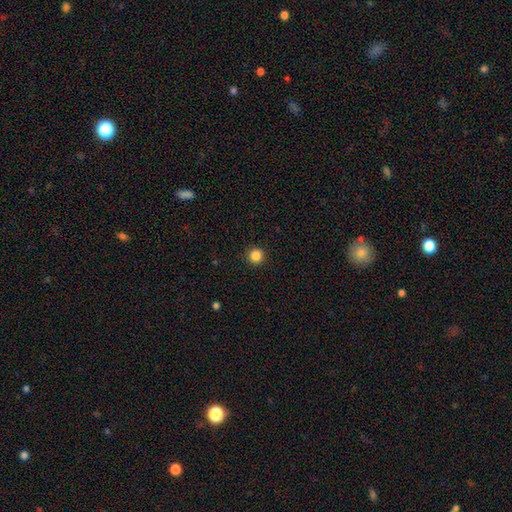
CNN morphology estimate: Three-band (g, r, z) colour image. It shows a smooth galaxy with no disk features (85%) that is round (95%). Merging: none (92%).